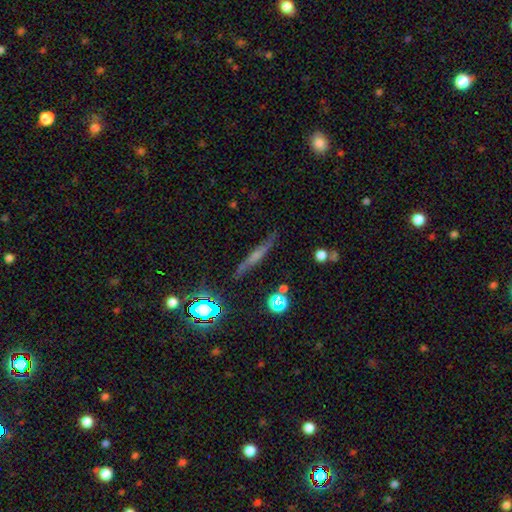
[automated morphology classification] smooth-or-featured: featured or disk: 50% | smooth: 32% | star or artifact: 18%
  disk-edge-on: yes: 88% | no: 12%
  merging: none: 80% | minor disturbance: 14% | major disturbance: 3% | merger: 3%